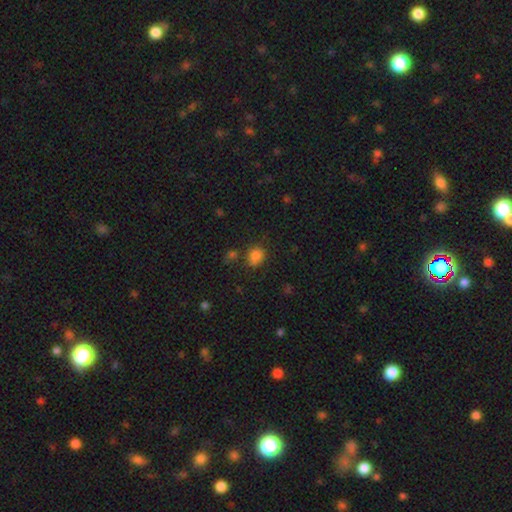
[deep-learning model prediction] A smooth galaxy with no disk features (82%) that is round (69%). Merging: none (69%).